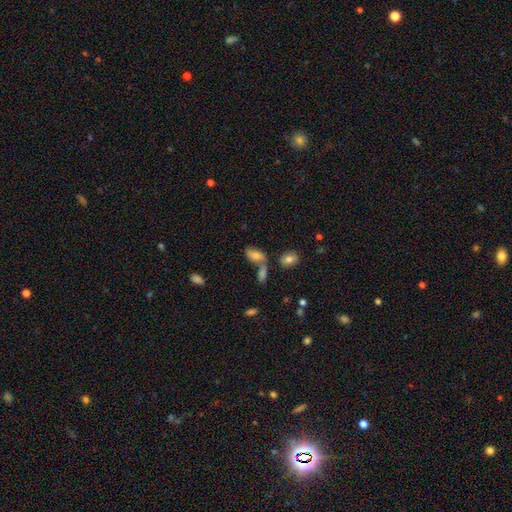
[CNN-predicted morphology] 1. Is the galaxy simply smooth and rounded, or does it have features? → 65% smooth, 23% featured or disk, 12% star or artifact.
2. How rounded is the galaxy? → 86% in between, 8% cigar-shaped, 6% round.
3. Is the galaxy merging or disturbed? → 43% none, 35% merger, 15% minor disturbance, 7% major disturbance.